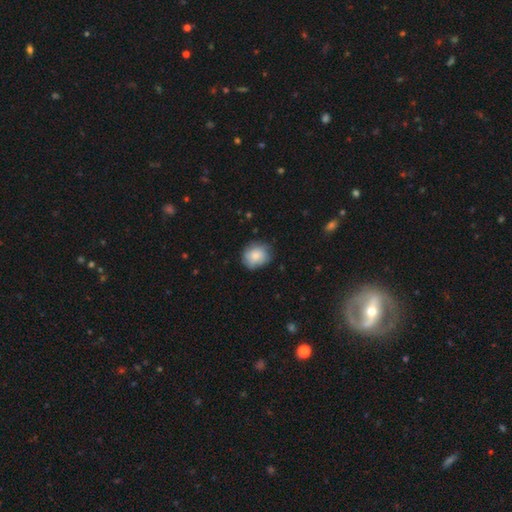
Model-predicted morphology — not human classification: Smooth or featured: smooth — 76% (featured or disk — 17%)
How rounded: round — 74% (in between — 25%)
Merging: none — 72% (minor disturbance — 22%)